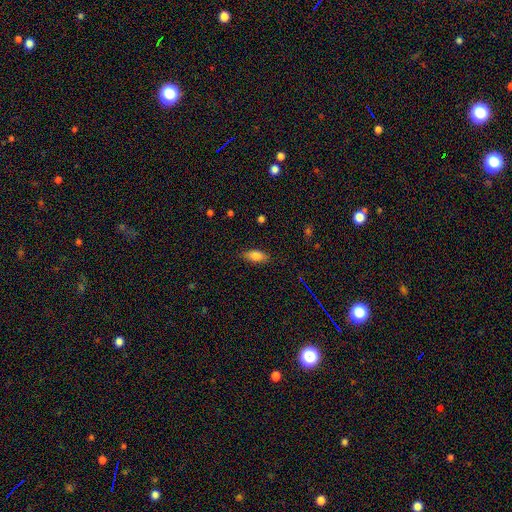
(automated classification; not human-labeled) A smooth galaxy with no disk features (80%) that is in between round and cigar-shaped (82%). Merging: none (83%).